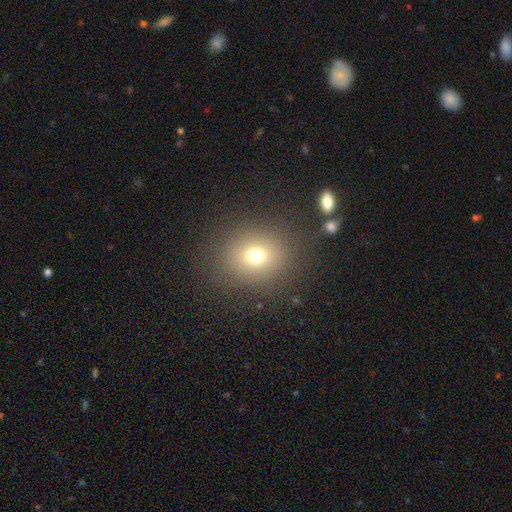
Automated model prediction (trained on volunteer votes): smooth 72%, star or artifact 17%, featured or disk 11%. Down the decision tree: how rounded — round (73%); merging — none (84%).